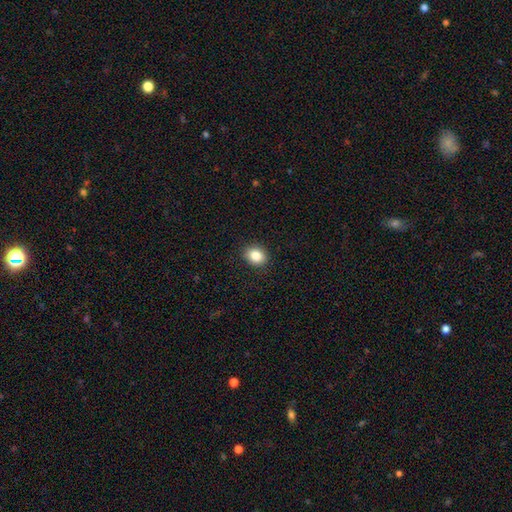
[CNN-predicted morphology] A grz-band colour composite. It shows a smooth galaxy with no disk features (85%) that is round (53%). Merging: none (90%).